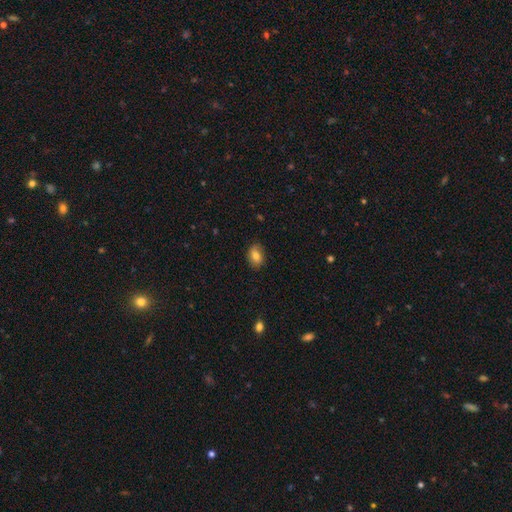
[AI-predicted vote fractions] A smooth galaxy with no disk features (79%) that is in between round and cigar-shaped (75%).

Vote fractions:
- Smooth or featured? smooth: 79% / featured or disk: 12% / star or artifact: 9%
- How rounded? in between: 75% / round: 23% / cigar-shaped: 2%
- Merging? none: 82% / minor disturbance: 14% / major disturbance: 3% / merger: 1%